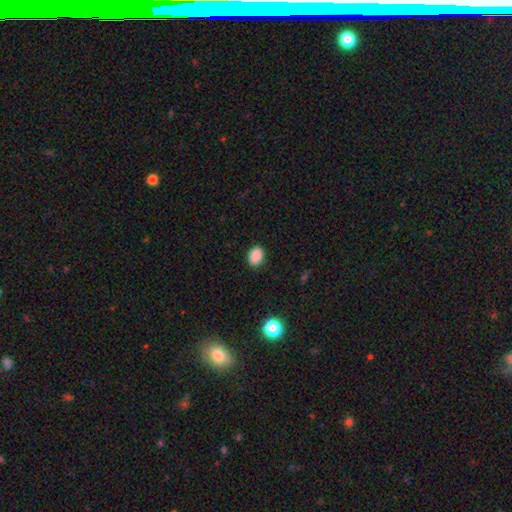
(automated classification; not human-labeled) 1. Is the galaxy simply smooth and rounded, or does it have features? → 88% smooth, 9% star or artifact, 2% featured or disk.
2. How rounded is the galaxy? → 66% in between, 33% round, 1% cigar-shaped.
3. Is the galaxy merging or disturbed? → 88% none, 9% minor disturbance, 2% major disturbance, 1% merger.